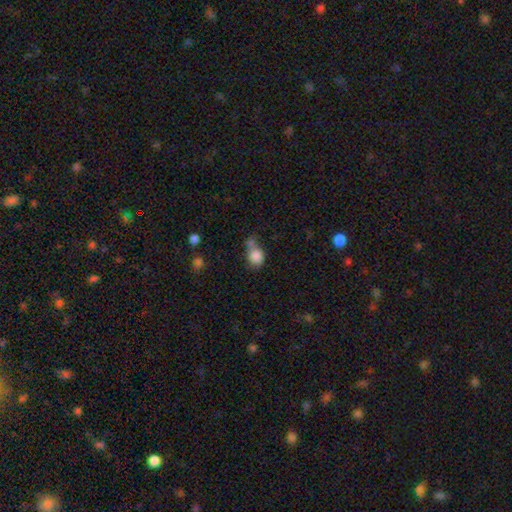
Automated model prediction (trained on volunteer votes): Overall: smooth (83%). How rounded: round (69%; in between 30%). Merging: none (38%; merger 35%).